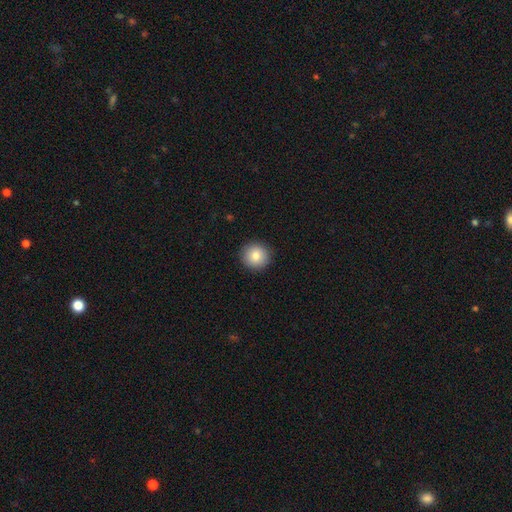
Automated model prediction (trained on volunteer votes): This appears to be a smooth galaxy with no disk features (81%) that is round (94%). Merging: none (92%).